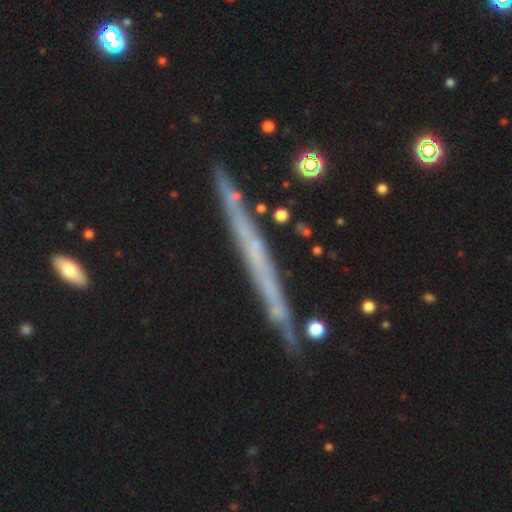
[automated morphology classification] Q: Smooth or featured?
A: featured or disk (63%); runner-up: smooth (26%)
Q: Edge-on disk?
A: yes (95%); runner-up: no (5%)
Q: Edge-on bulge?
A: none (89%); runner-up: rounded (7%)
Q: Merging?
A: none (85%); runner-up: minor disturbance (11%)